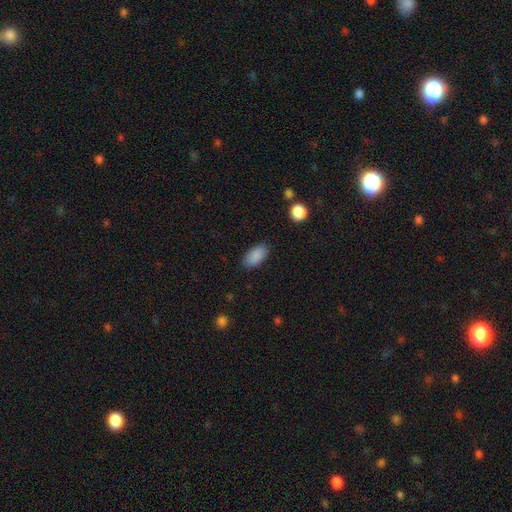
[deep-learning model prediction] smooth 89%, star or artifact 7%, featured or disk 4%. Down the decision tree: how rounded — in between (92%); merging — none (86%).